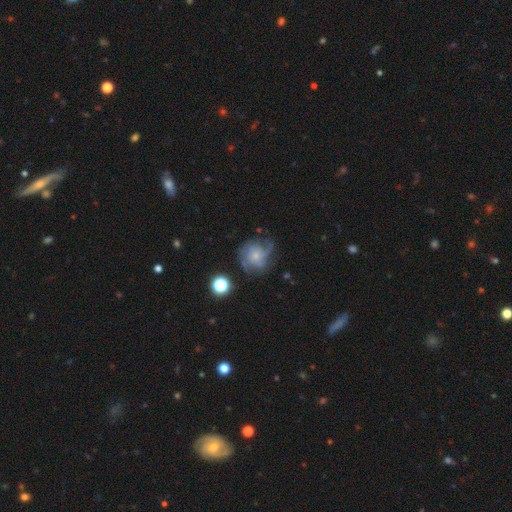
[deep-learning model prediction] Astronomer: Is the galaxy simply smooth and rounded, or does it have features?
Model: featured or disk — 59%.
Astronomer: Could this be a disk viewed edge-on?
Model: no — 98%.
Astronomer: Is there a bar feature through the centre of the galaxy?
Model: no — 82%.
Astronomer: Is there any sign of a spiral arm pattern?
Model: yes — 83%.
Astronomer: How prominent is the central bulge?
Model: small — 65%.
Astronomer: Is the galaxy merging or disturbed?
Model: none — 50%.